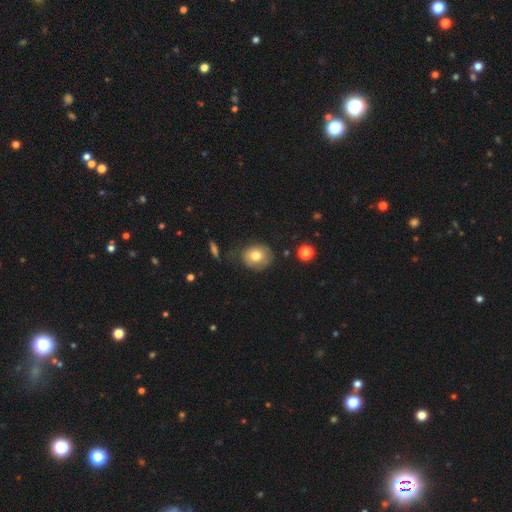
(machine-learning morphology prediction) This appears to be a smooth galaxy with no disk features (75%) that is round (60%). Merging: none (65%).